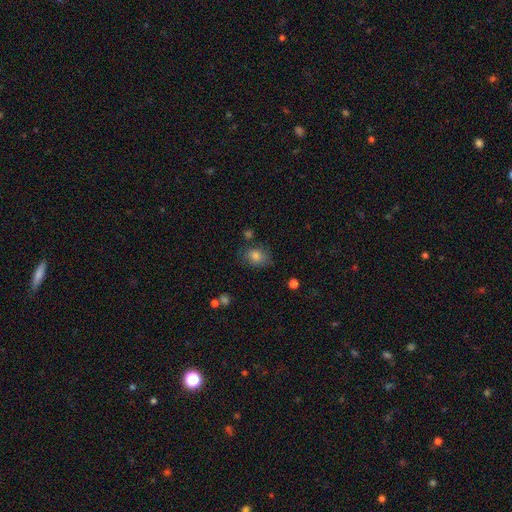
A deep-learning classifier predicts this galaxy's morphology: This appears to be a smooth galaxy with no disk features (80%) that is round (49%, tied with in between). Merging: none (73%).